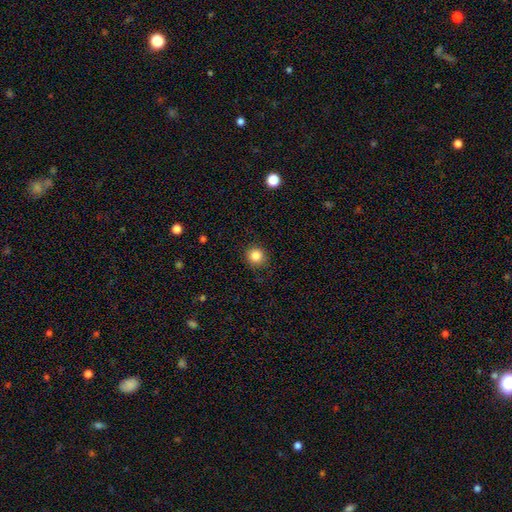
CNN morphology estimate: Q: Smooth or featured?
A: smooth (85%); runner-up: star or artifact (11%)
Q: How rounded?
A: round (93%); runner-up: in between (6%)
Q: Merging?
A: none (89%); runner-up: minor disturbance (8%)